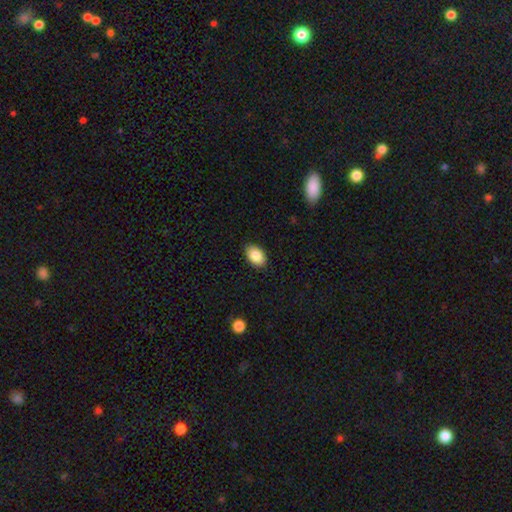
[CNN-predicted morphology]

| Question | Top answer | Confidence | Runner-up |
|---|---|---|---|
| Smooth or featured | smooth | 87% | star or artifact (7%) |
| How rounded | in between | 89% | round (10%) |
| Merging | none | 88% | minor disturbance (9%) |